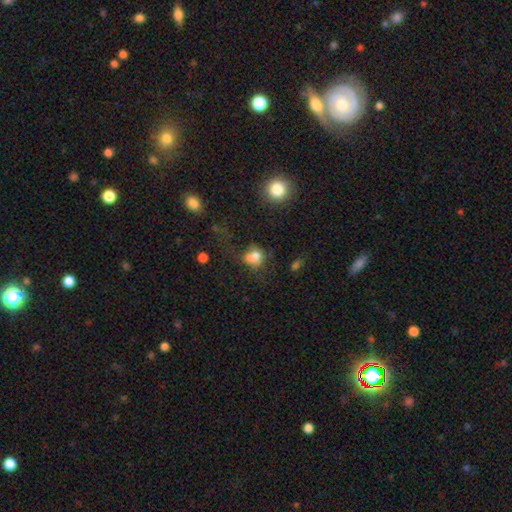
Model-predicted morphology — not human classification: Q: Smooth or featured?
A: smooth (71%); runner-up: featured or disk (14%)
Q: How rounded?
A: round (50%); runner-up: in between (48%)
Q: Merging?
A: none (36%); runner-up: major disturbance (25%)